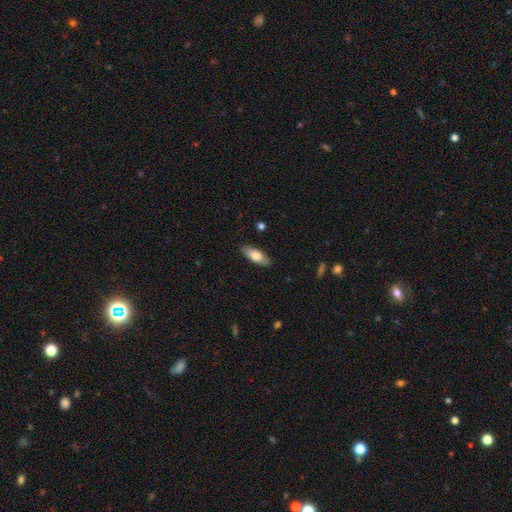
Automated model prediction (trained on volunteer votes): Smooth or featured?
  - smooth: 73% *
  - featured or disk: 21%
  - star or artifact: 6%
How rounded?
  - in between: 75% *
  - cigar-shaped: 22%
  - round: 2%
Merging?
  - none: 84% *
  - minor disturbance: 13%
  - major disturbance: 2%
  - merger: 1%